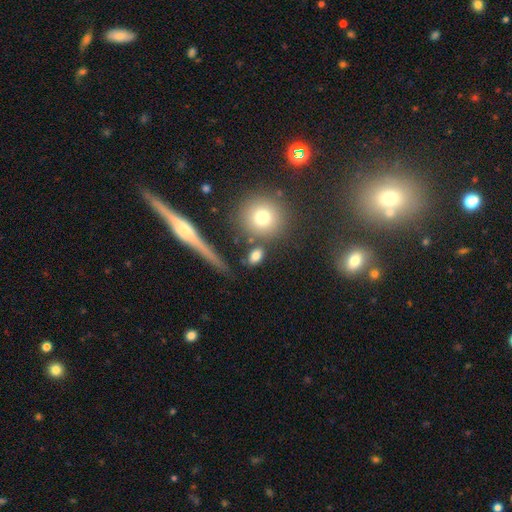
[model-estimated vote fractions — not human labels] A smooth galaxy with no disk features (77%) that is in between round and cigar-shaped (69%).

Vote fractions:
- Smooth or featured? smooth: 77% / featured or disk: 13% / star or artifact: 10%
- How rounded? in between: 69% / round: 22% / cigar-shaped: 9%
- Merging? none: 75% / minor disturbance: 12% / merger: 8% / major disturbance: 5%